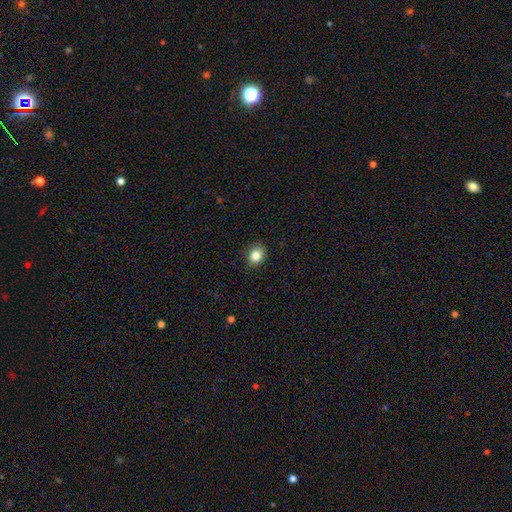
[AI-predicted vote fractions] Smooth or featured? smooth (84%)
How rounded? round (54%)
Merging? none (89%)